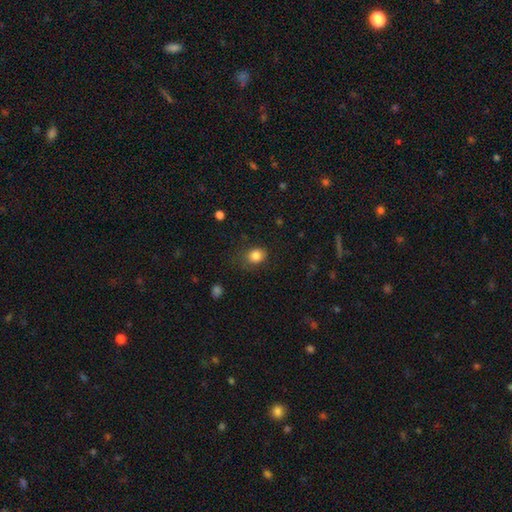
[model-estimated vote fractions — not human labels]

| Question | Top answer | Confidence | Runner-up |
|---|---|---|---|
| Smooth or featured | smooth | 84% | star or artifact (11%) |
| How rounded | round | 56% | in between (43%) |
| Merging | none | 72% | minor disturbance (21%) |